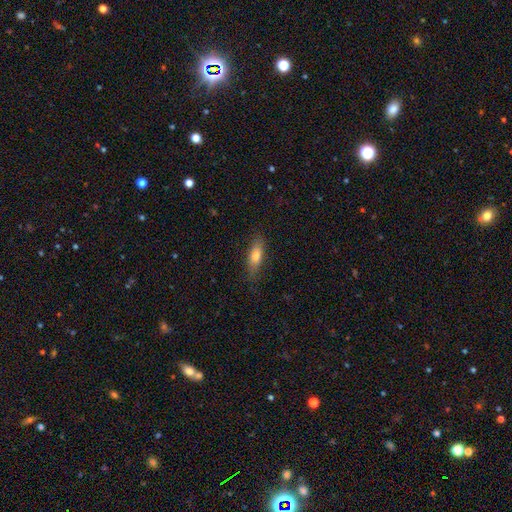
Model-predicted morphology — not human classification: Smooth or featured: smooth — 73% (featured or disk — 20%)
How rounded: in between — 63% (cigar-shaped — 34%)
Merging: none — 80% (minor disturbance — 15%)